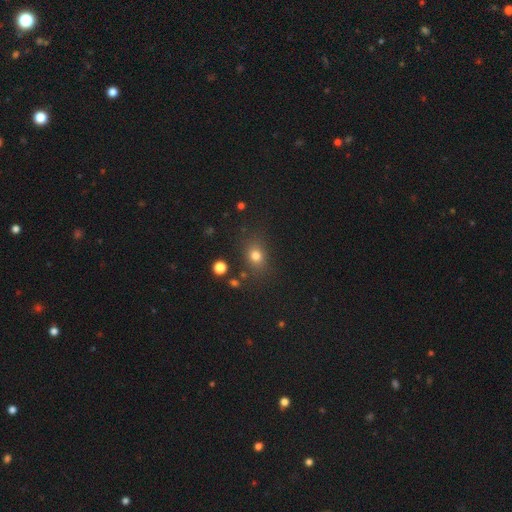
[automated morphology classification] This appears to be a smooth galaxy with no disk features (76%) that is round (53%). Merging: none (79%).